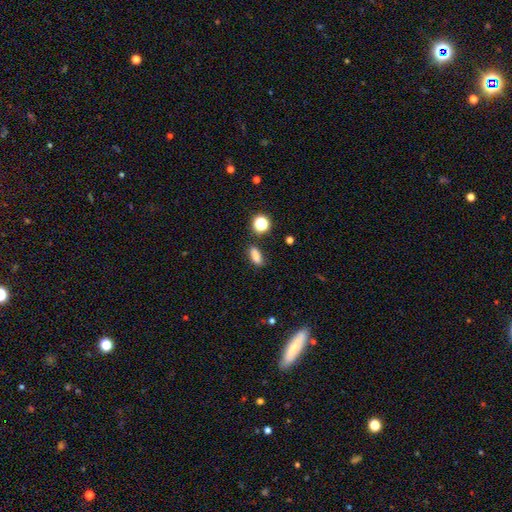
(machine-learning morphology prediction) smooth_or_featured: smooth (p=0.81) [alt: star or artifact p=0.13]
how_rounded: in between (p=0.63) [alt: cigar-shaped p=0.27]
merging: none (p=0.80) [alt: minor disturbance p=0.12]